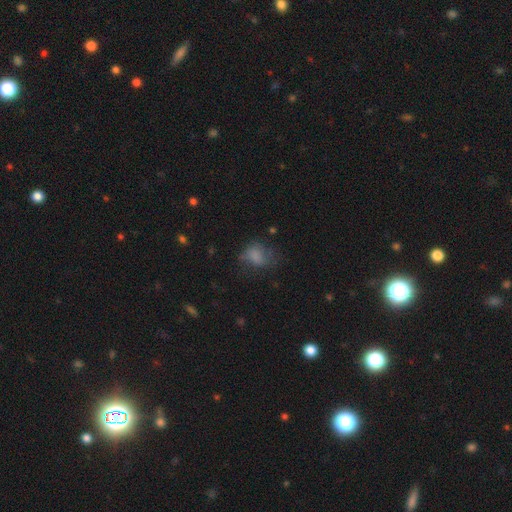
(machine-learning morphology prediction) Smooth or featured?
  - smooth: 68% *
  - featured or disk: 20%
  - star or artifact: 13%
How rounded?
  - in between: 61% *
  - round: 37%
  - cigar-shaped: 1%
Merging?
  - none: 41% *
  - major disturbance: 28%
  - minor disturbance: 28%
  - merger: 3%